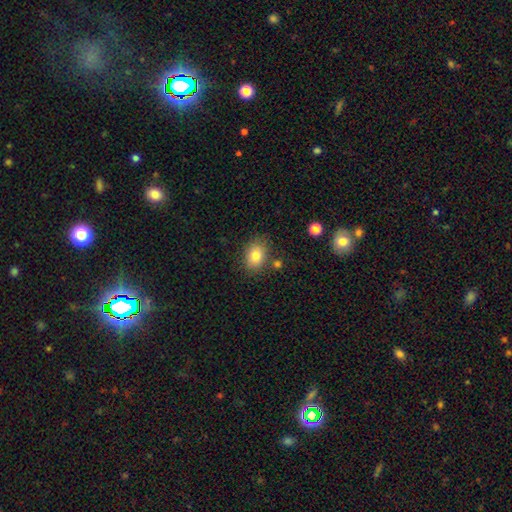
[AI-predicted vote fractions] Overall: smooth (81%). How rounded: in between (65%; round 34%). Merging: none (79%).